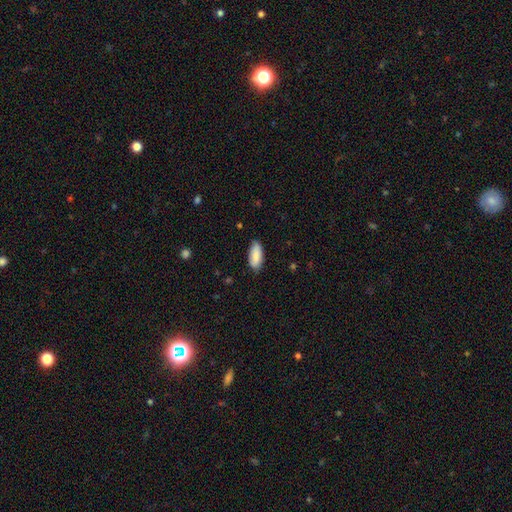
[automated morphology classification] smooth 84%, featured or disk 10%, star or artifact 6%. Down the decision tree: how rounded — in between (87%); merging — none (81%).